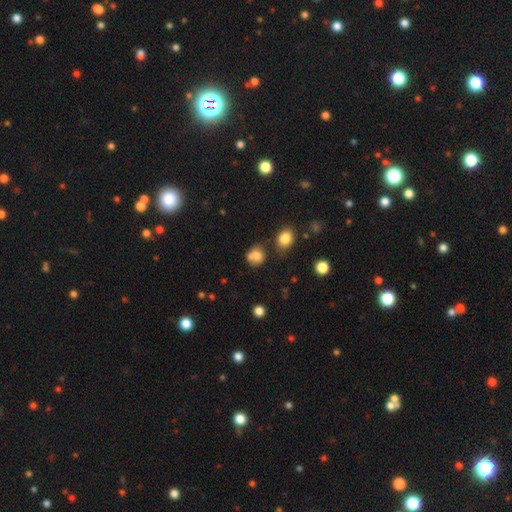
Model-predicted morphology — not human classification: A smooth galaxy with no disk features (75%) that is round (66%).

Vote fractions:
- Smooth or featured? smooth: 75% / star or artifact: 13% / featured or disk: 12%
- How rounded? round: 66% / in between: 32% / cigar-shaped: 1%
- Merging? none: 44% / merger: 32% / minor disturbance: 17% / major disturbance: 7%